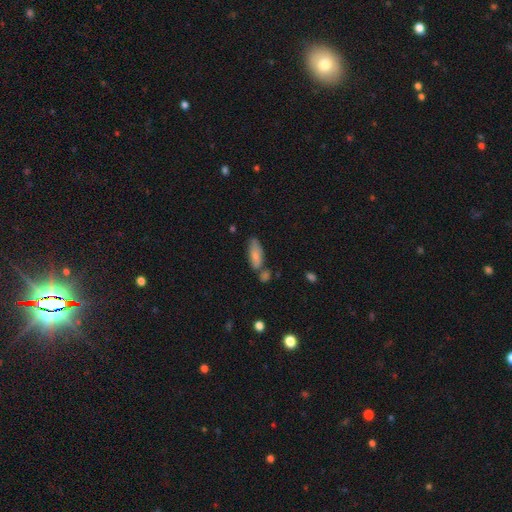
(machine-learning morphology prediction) Overall: smooth (78%). How rounded: in between (66%; cigar-shaped 32%). Merging: none (55%; minor disturbance 21%).